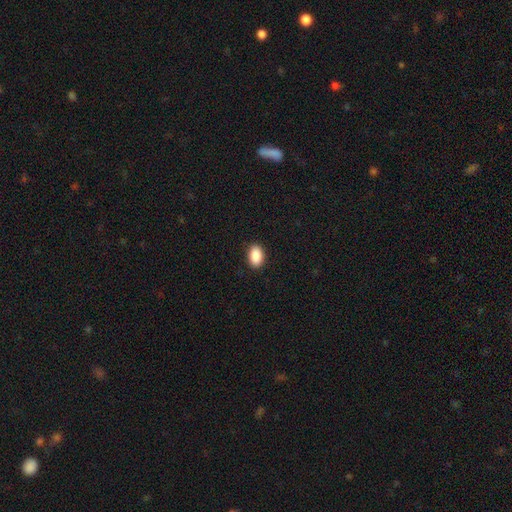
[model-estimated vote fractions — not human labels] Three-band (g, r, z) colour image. It shows a smooth galaxy with no disk features (90%) that is in between round and cigar-shaped (89%). Merging: none (90%).